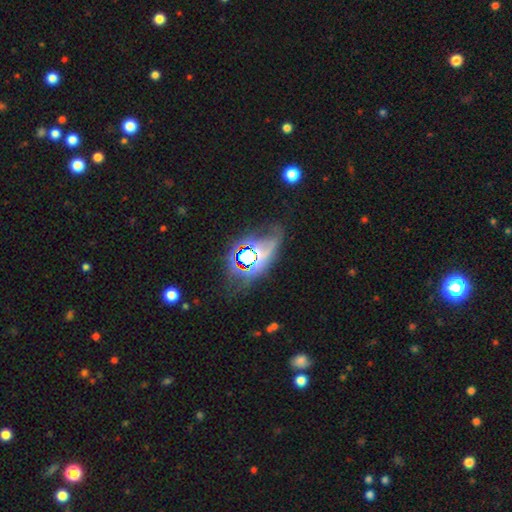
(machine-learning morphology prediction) smooth-or-featured: star or artifact: 47% | featured or disk: 32% | smooth: 21%